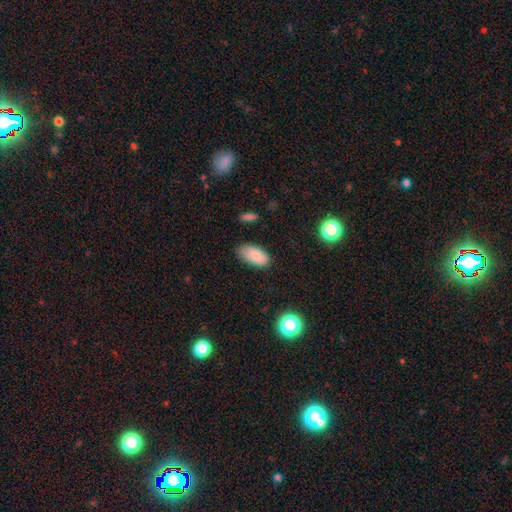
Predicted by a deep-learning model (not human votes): Smooth or featured? Predicted: smooth (p=0.85). How rounded? Predicted: in between (p=0.93). Merging? Predicted: none (p=0.76).